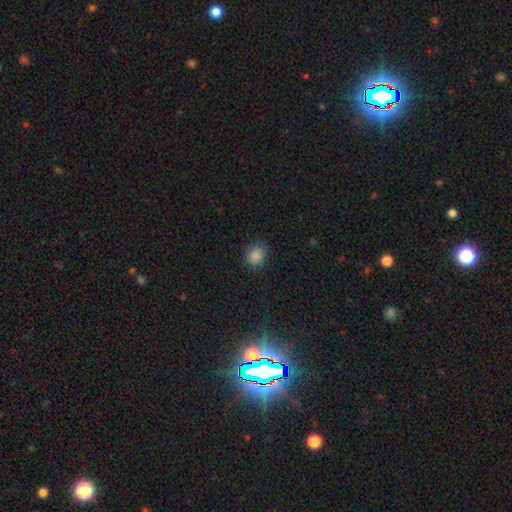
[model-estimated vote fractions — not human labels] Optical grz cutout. It shows a smooth galaxy with no disk features (85%) that is round (67%). Merging: none (83%).